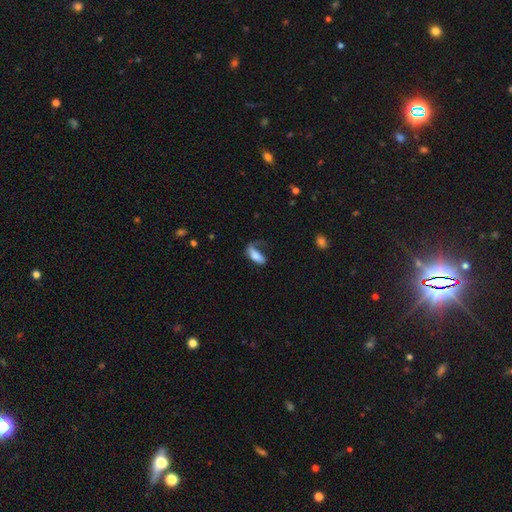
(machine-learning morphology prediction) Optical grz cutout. It shows a smooth galaxy with no disk features (69%) that is in between round and cigar-shaped (67%). Merging: major disturbance (36%).